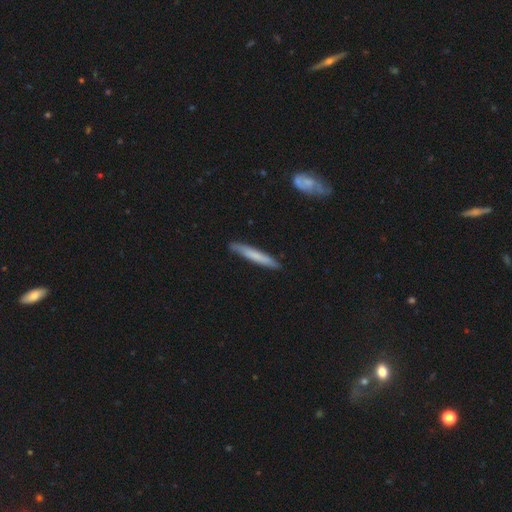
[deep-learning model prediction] A smooth galaxy with no disk features (64%) that is cigar-shaped (95%).

Vote fractions:
- Smooth or featured? smooth: 64% / featured or disk: 30% / star or artifact: 5%
- How rounded? cigar-shaped: 95% / in between: 3% / round: 1%
- Merging? none: 86% / minor disturbance: 11% / major disturbance: 2% / merger: 1%